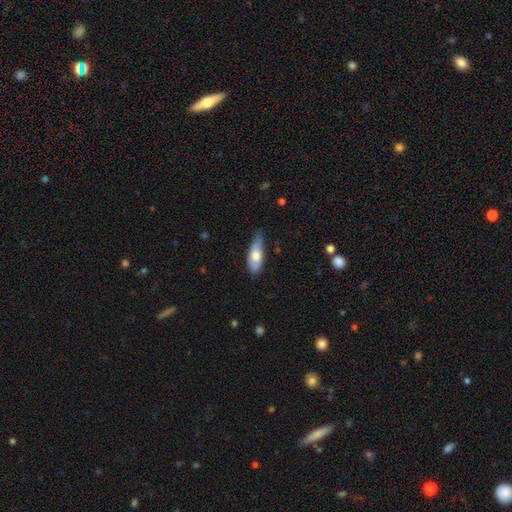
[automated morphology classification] Overall: smooth (67%; featured or disk 27%). How rounded: in between (72%). Merging: none (51%; minor disturbance 40%).